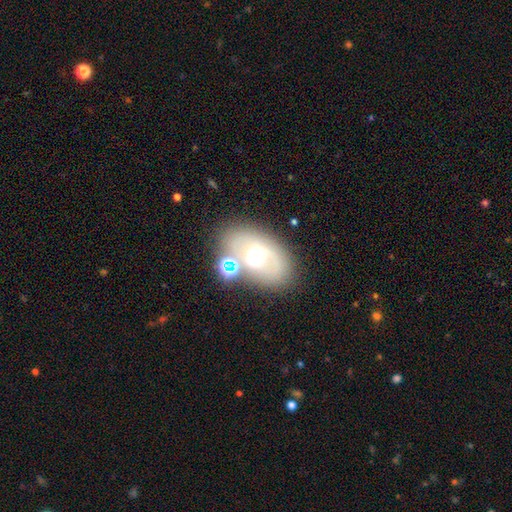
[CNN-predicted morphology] This is possibly a featured or disk galaxy (49%). Merging: likely none (62%).